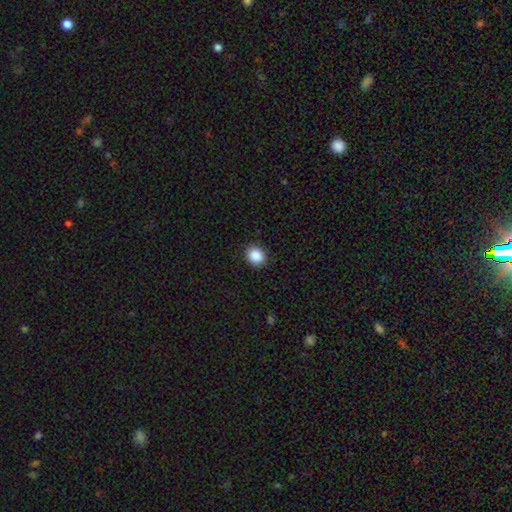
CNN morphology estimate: Smooth or featured: smooth — 89% (star or artifact — 9%)
How rounded: round — 72% (in between — 27%)
Merging: none — 90% (minor disturbance — 7%)